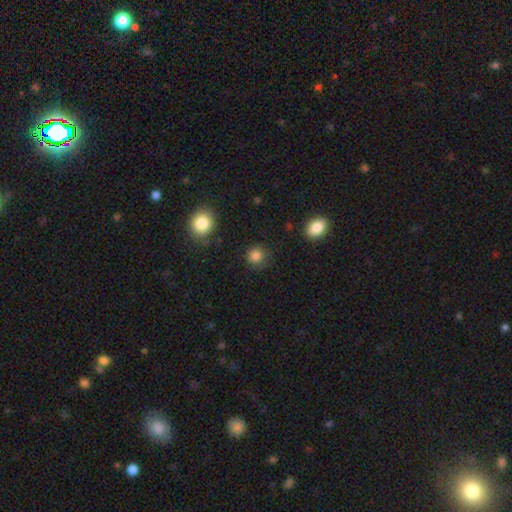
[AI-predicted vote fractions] smooth_or_featured: smooth (p=0.85) [alt: star or artifact p=0.11]
how_rounded: round (p=0.89) [alt: in between p=0.10]
merging: none (p=0.82) [alt: minor disturbance p=0.12]